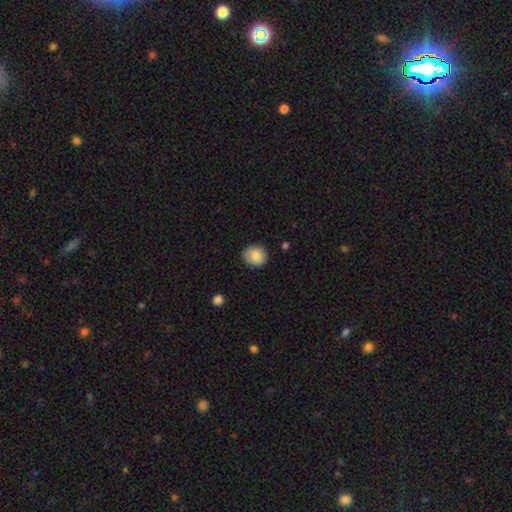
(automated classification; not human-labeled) Smooth or featured?
  - smooth: 84% *
  - featured or disk: 8%
  - star or artifact: 8%
How rounded?
  - round: 79% *
  - in between: 20%
  - cigar-shaped: 1%
Merging?
  - none: 87% *
  - minor disturbance: 10%
  - major disturbance: 2%
  - merger: 1%